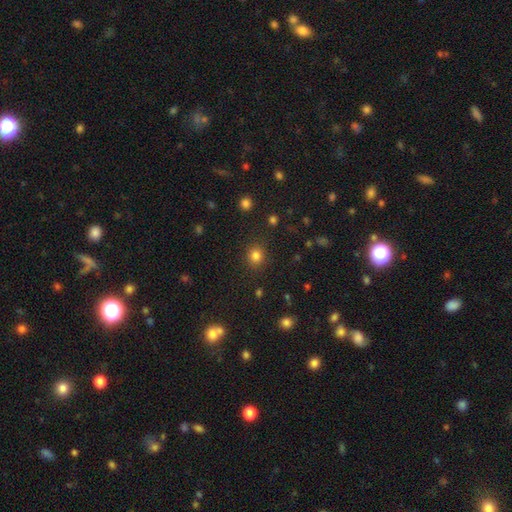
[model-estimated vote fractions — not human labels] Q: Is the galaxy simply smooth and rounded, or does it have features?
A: smooth — 81%.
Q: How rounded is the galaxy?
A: round — 86%.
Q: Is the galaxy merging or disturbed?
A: none — 88%.